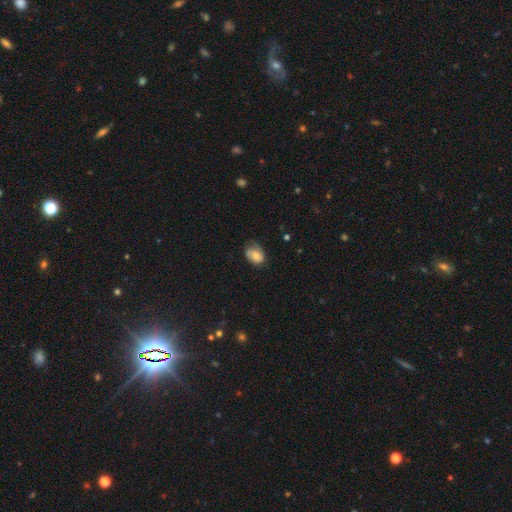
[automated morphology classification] A smooth galaxy with no disk features (64%) that is in between round and cigar-shaped (70%). Merging: none (52%).